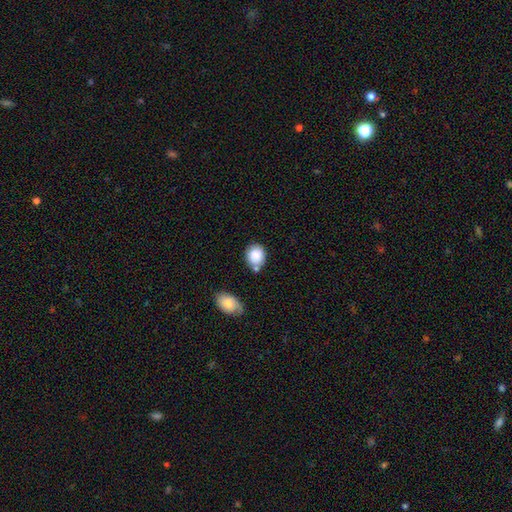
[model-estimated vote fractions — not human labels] Smooth or featured? Predicted: smooth (p=0.85). How rounded? Predicted: round (p=0.64). Merging? Predicted: none (p=0.58).